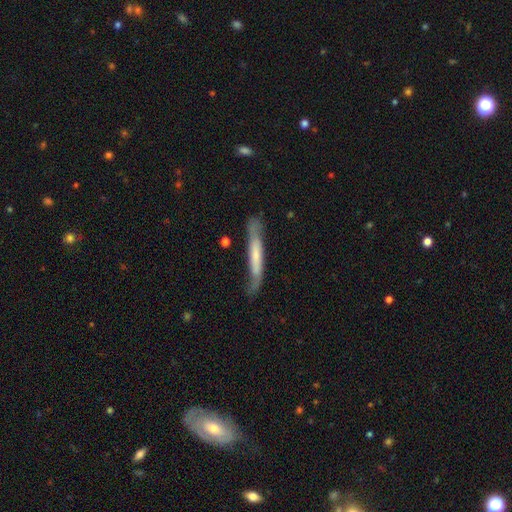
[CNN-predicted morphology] smooth-or-featured: smooth: 48% | featured or disk: 46% | star or artifact: 6%
  merging: none: 66% | minor disturbance: 24% | major disturbance: 7% | merger: 3%